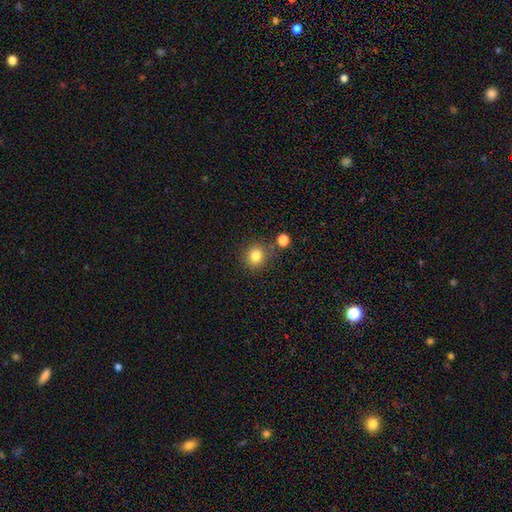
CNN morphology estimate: Smooth or featured: smooth — 82% (star or artifact — 12%)
How rounded: round — 88% (in between — 11%)
Merging: none — 82% (minor disturbance — 9%)